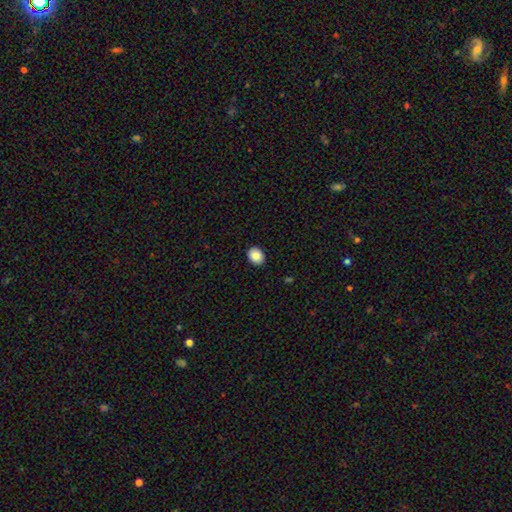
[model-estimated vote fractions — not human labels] Smooth or featured: smooth — 86% (star or artifact — 8%)
How rounded: in between — 53% (round — 46%)
Merging: none — 90% (minor disturbance — 7%)